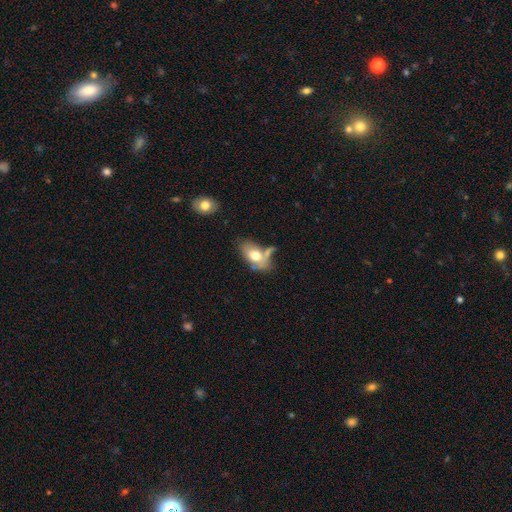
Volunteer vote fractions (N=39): smooth 74%, featured or disk 21%, star or artifact 5%. Down the decision tree: how rounded — in between (90%); merging — none (41%).